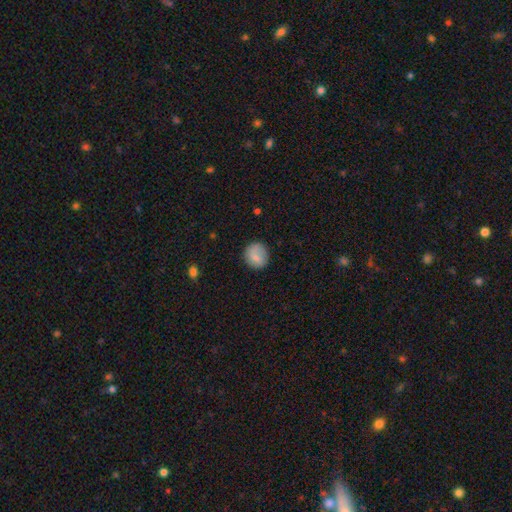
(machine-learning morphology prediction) Smooth or featured? Predicted: smooth (p=0.79). How rounded? Predicted: round (p=0.85). Merging? Predicted: none (p=0.82).